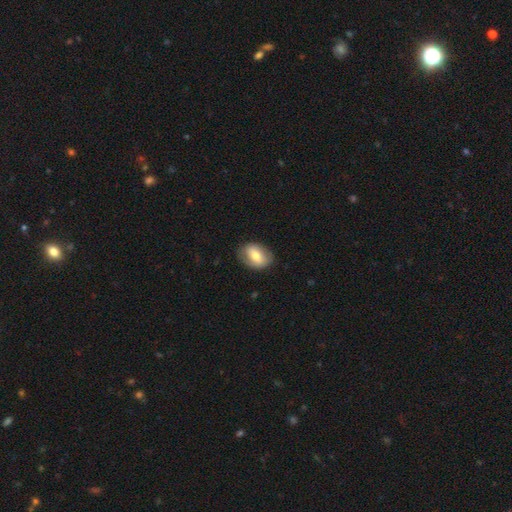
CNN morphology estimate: The model was most divided on "smooth or featured": smooth: 63%, featured or disk: 30%, star or artifact: 7%. More confident: merging — none (78%); how rounded — in between (77%).